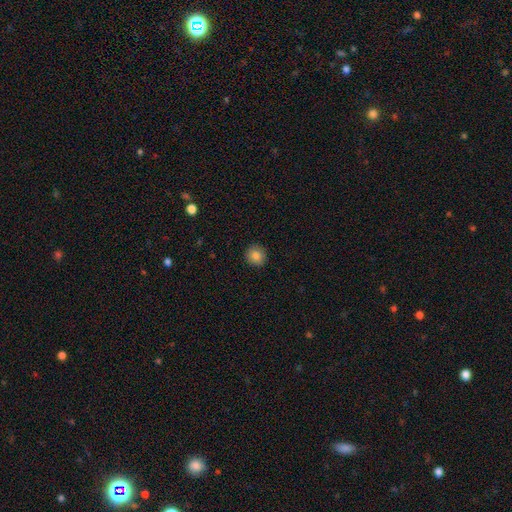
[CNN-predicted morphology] smooth-or-featured: smooth: 83% | star or artifact: 10% | featured or disk: 7%
  how-rounded: round: 93% | in between: 6% | cigar-shaped: 1%
  merging: none: 93% | minor disturbance: 5% | major disturbance: 2% | merger: 1%